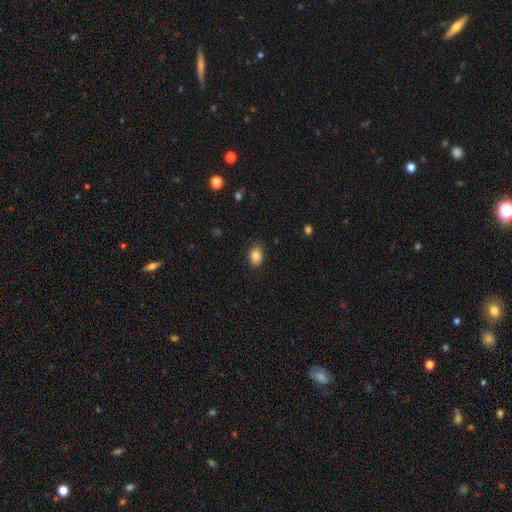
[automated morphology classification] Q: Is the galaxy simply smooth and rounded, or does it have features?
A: smooth — 86%.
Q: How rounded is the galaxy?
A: in between — 77%.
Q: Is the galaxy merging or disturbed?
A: none — 83%.